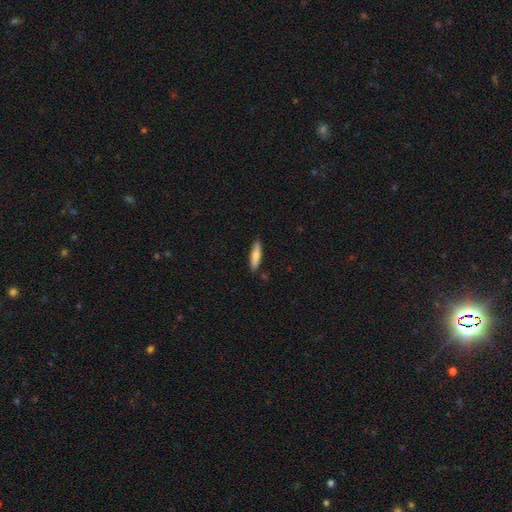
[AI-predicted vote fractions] Smooth or featured? smooth (75%)
How rounded? cigar-shaped (71%)
Merging? none (86%)